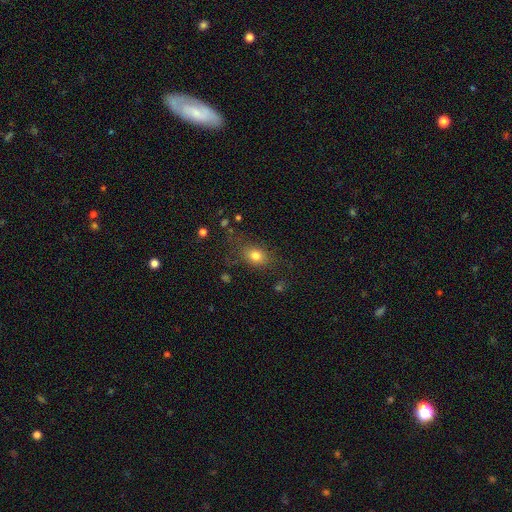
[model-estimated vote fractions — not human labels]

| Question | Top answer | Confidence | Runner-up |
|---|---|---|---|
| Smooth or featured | smooth | 77% | star or artifact (12%) |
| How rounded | in between | 64% | round (34%) |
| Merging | none | 70% | minor disturbance (18%) |